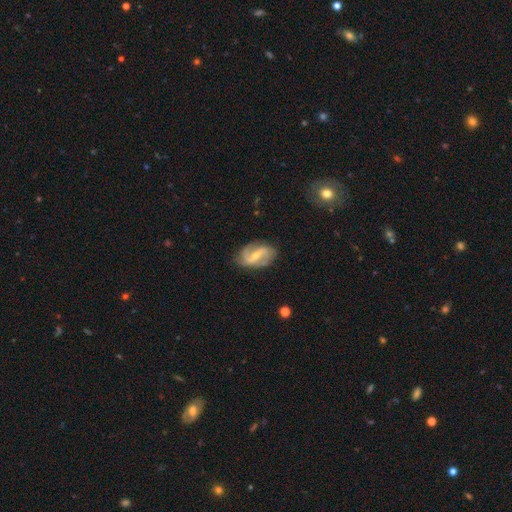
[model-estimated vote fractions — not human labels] Smooth or featured?
  - featured or disk: 84% *
  - smooth: 10%
  - star or artifact: 5%
Edge-on disk?
  - no: 97% *
  - yes: 3%
Bar?
  - weak: 47% *
  - strong: 32%
  - no: 20%
Spiral arms?
  - yes: 95% *
  - no: 5%
Spiral winding?
  - loose: 49% *
  - medium: 38%
  - tight: 13%
Spiral arm count?
  - 2: 87% *
  - can't tell: 5%
  - 3: 3%
  - 1: 2%
  - 4: 1%
  - more than 4: 1%
Bulge size?
  - small: 57% *
  - moderate: 39%
  - none: 3%
  - large: 1%
  - dominant: 1%
Merging?
  - none: 78% *
  - minor disturbance: 16%
  - major disturbance: 5%
  - merger: 1%